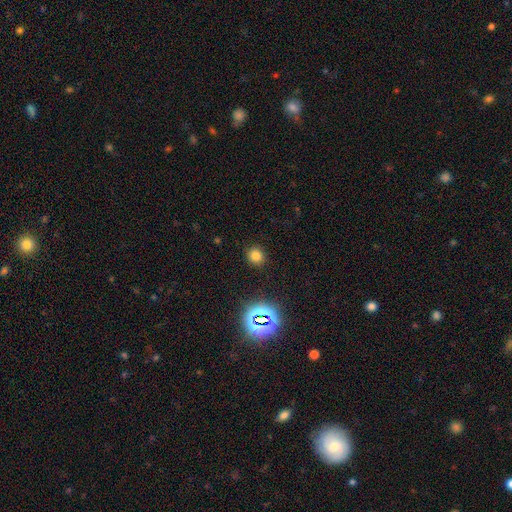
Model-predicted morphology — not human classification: smooth 75%, star or artifact 19%, featured or disk 6%. Down the decision tree: how rounded — round (85%); merging — none (90%).